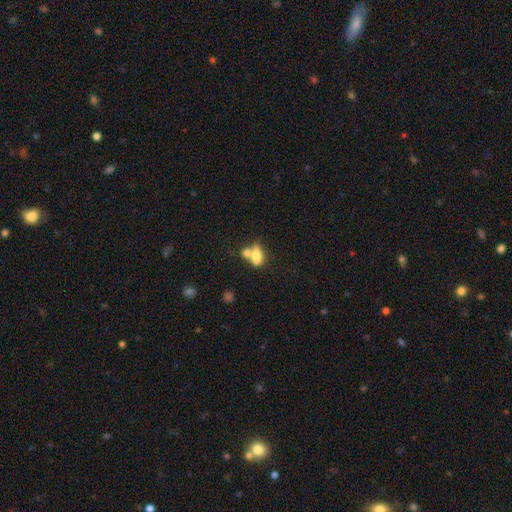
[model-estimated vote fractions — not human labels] This is likely a smooth galaxy (73%). How rounded: likely in between (80%). Merging: possibly merger (53%).